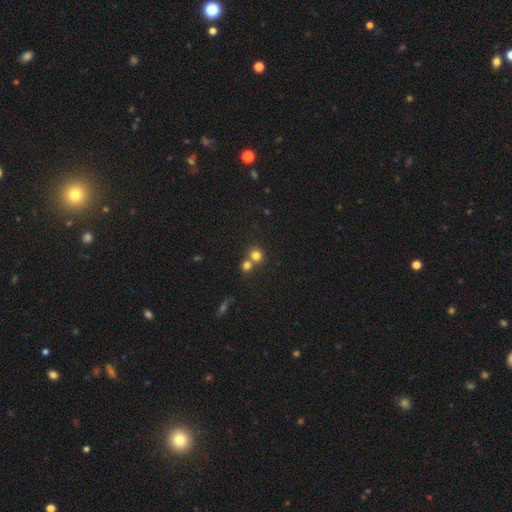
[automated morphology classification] A smooth galaxy with no disk features (77%) that is round (89%). Merging: none (53%).